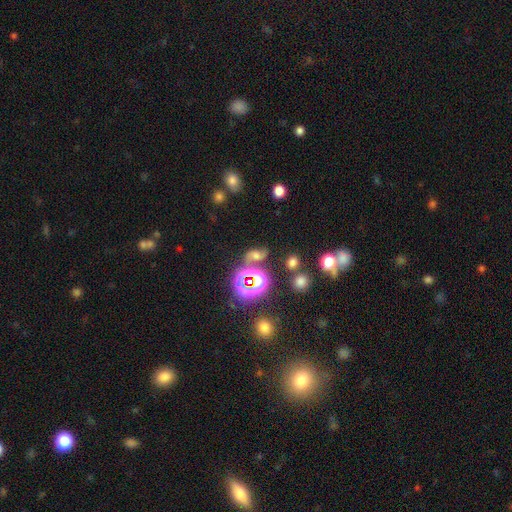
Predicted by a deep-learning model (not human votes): A featured or disk galaxy (39%).

Vote fractions:
- Smooth or featured? featured or disk: 39% / star or artifact: 34% / smooth: 27%
- Merging? none: 53% / minor disturbance: 17% / merger: 16% / major disturbance: 14%